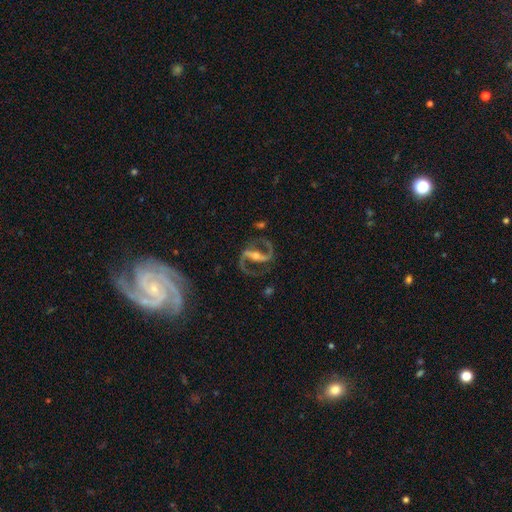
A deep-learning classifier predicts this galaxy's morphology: A featured or disk galaxy (92%) with a strong bar (71%), 2 (94%) medium (59%) spiral arms (97%) and a small central bulge (48%).

Vote fractions:
- Smooth or featured? featured or disk: 92% / star or artifact: 5% / smooth: 3%
- Edge-on disk? no: 96% / yes: 4%
- Bar? strong: 71% / weak: 20% / no: 9%
- Spiral arms? yes: 97% / no: 3%
- Spiral winding? medium: 59% / loose: 27% / tight: 14%
- Spiral arm count? 2: 94% / 1: 2% / can't tell: 1% / 3: 1% / 4: 1% / more than 4: 1%
- Bulge size? small: 48% / moderate: 46% / large: 3% / none: 2% / dominant: 1%
- Merging? none: 77% / minor disturbance: 12% / major disturbance: 8% / merger: 3%